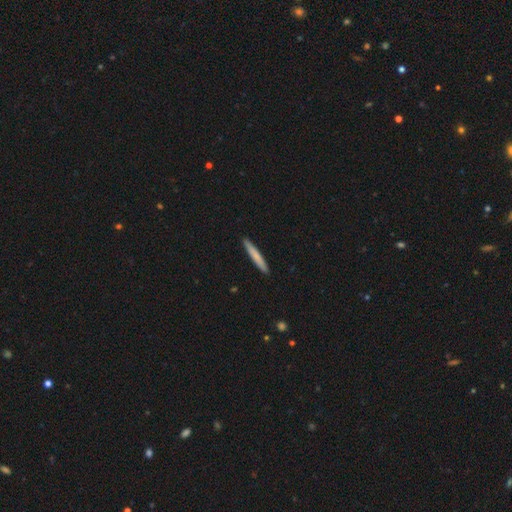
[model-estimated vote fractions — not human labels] This is likely a smooth galaxy (74%). How rounded: clearly cigar-shaped (96%). Merging: clearly none (92%).